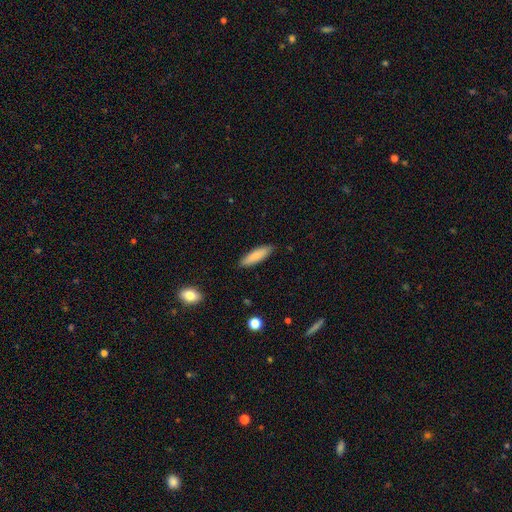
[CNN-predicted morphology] smooth 83%, featured or disk 11%, star or artifact 6%. Down the decision tree: how rounded — cigar-shaped (65%); merging — none (89%).